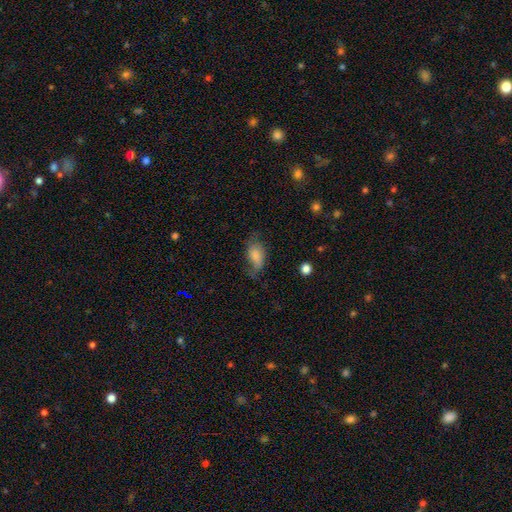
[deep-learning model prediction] The model was most divided on "merging": none: 42%, minor disturbance: 33%, major disturbance: 23%, merger: 2%. More confident: how rounded — in between (91%); smooth or featured — smooth (71%).